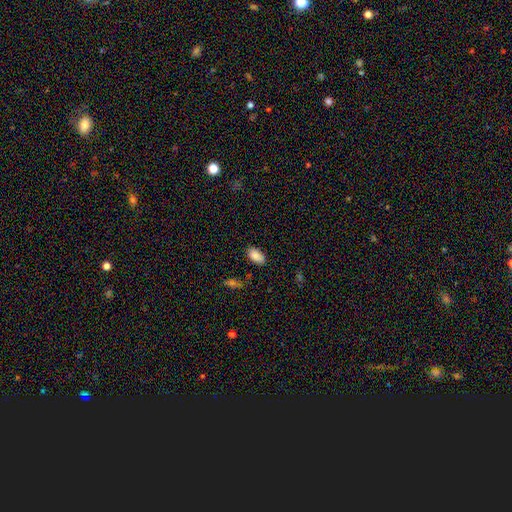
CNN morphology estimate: type=smooth (86%); roundness=in between (93%); merging=none (82%).